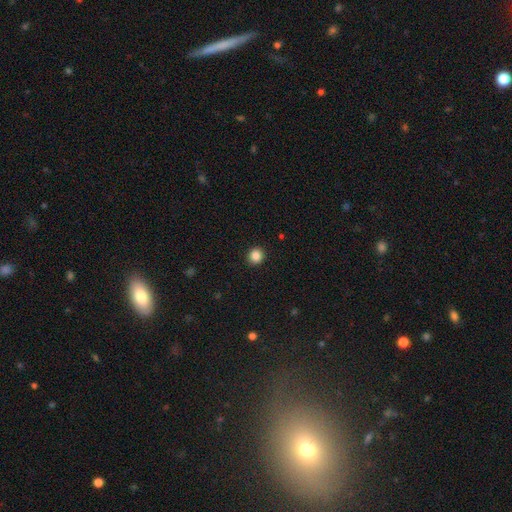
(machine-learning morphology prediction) This appears to be a smooth galaxy with no disk features (86%) that is round (90%). Merging: none (92%).